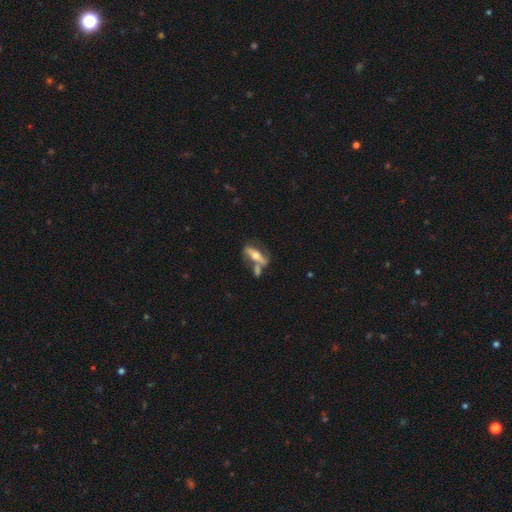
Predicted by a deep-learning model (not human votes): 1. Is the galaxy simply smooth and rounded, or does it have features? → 60% featured or disk, 32% smooth, 8% star or artifact.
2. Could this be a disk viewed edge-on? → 72% yes, 28% no.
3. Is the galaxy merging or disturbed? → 49% none, 28% merger, 15% minor disturbance, 8% major disturbance.